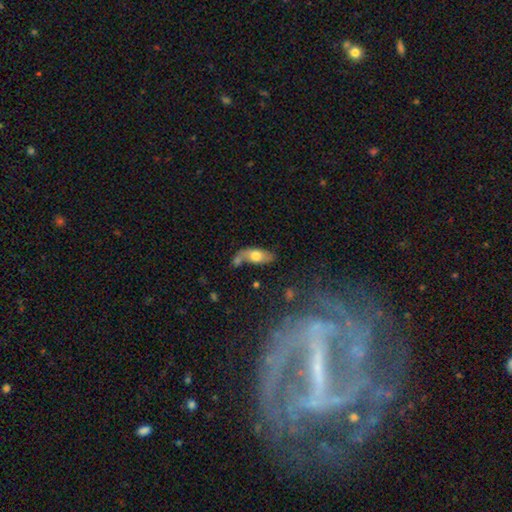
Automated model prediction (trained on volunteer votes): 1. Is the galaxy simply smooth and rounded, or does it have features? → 65% smooth, 27% featured or disk, 8% star or artifact.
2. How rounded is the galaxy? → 79% in between, 14% cigar-shaped, 6% round.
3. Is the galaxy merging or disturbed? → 40% none, 26% merger, 21% minor disturbance, 13% major disturbance.